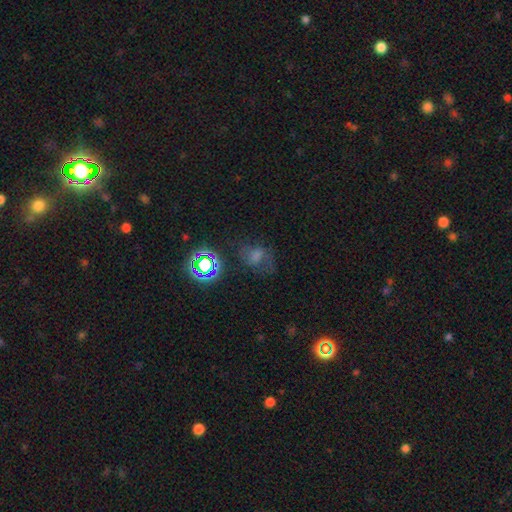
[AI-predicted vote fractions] A star or artifact, not a galaxy (38%).